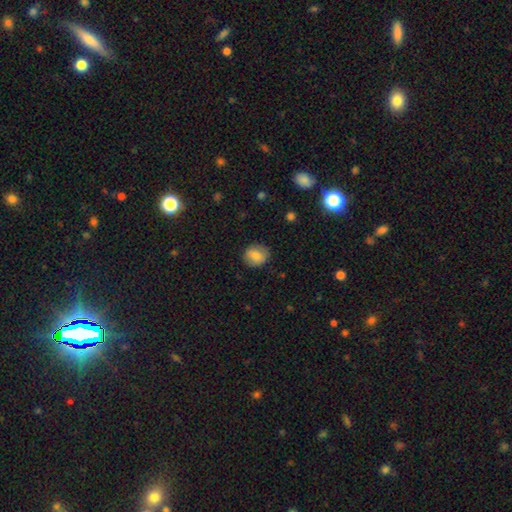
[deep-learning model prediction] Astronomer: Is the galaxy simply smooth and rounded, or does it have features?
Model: smooth — 80%.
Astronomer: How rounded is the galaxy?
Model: round — 74%.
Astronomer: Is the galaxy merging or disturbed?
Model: none — 85%.